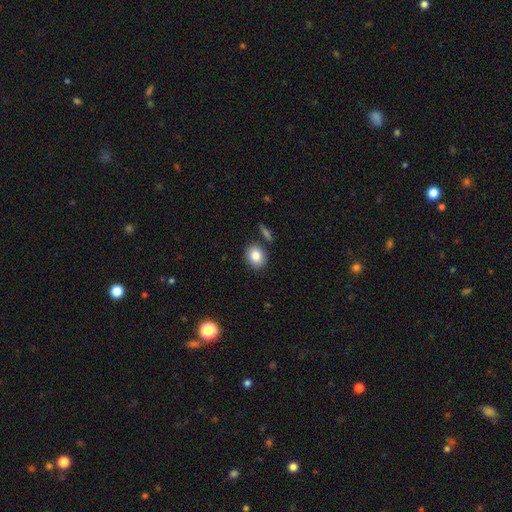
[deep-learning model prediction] smooth-or-featured: smooth: 84% | star or artifact: 9% | featured or disk: 8%
  how-rounded: round: 64% | in between: 34% | cigar-shaped: 1%
  merging: none: 82% | minor disturbance: 10% | merger: 5% | major disturbance: 3%